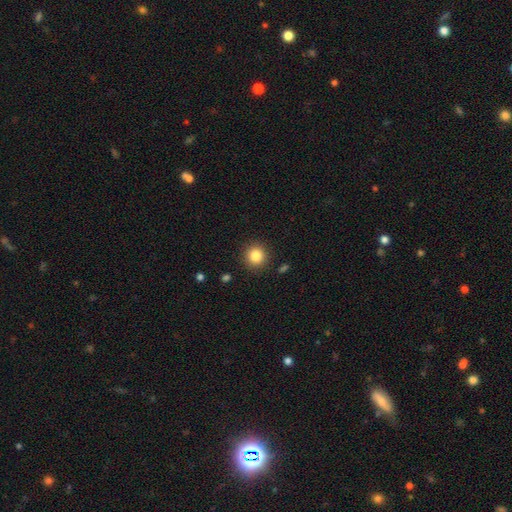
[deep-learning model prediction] smooth 84%, star or artifact 10%, featured or disk 6%. Down the decision tree: how rounded — round (91%); merging — none (89%).